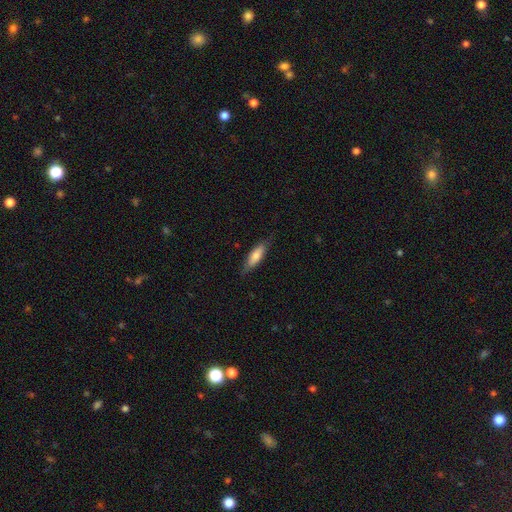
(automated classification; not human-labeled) Smooth or featured? Predicted: smooth (p=0.72). How rounded? Predicted: cigar-shaped (p=0.51). Merging? Predicted: none (p=0.77).